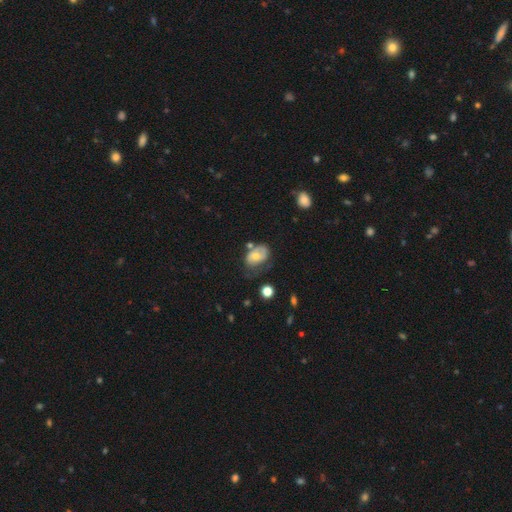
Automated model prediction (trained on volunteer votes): smooth_or_featured: smooth (p=0.53) [alt: featured or disk p=0.39]
how_rounded: in between (p=0.80) [alt: round p=0.19]
merging: none (p=0.39) [alt: minor disturbance p=0.33]